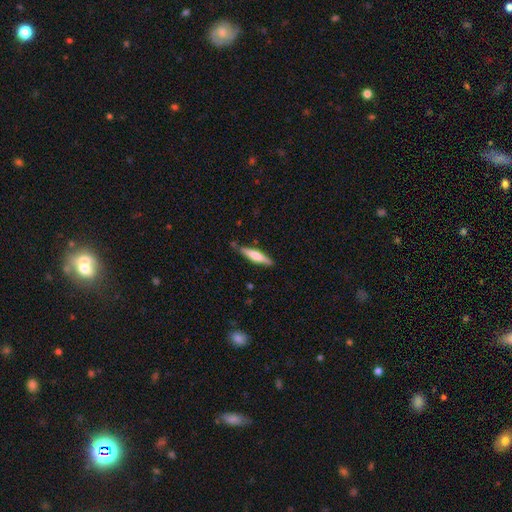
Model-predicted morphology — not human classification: smooth-or-featured: smooth: 54% | featured or disk: 41% | star or artifact: 5%
  how-rounded: cigar-shaped: 82% | in between: 16% | round: 2%
  merging: none: 84% | minor disturbance: 11% | merger: 2% | major disturbance: 2%